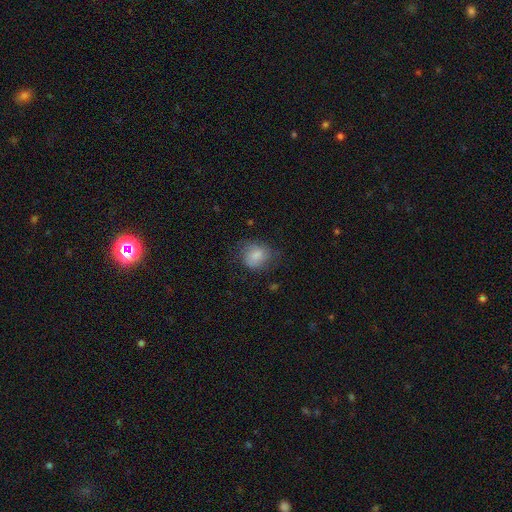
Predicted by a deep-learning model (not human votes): smooth_or_featured: smooth (p=0.77) [alt: featured or disk p=0.15]
how_rounded: round (p=0.67) [alt: in between p=0.32]
merging: none (p=0.64) [alt: minor disturbance p=0.24]